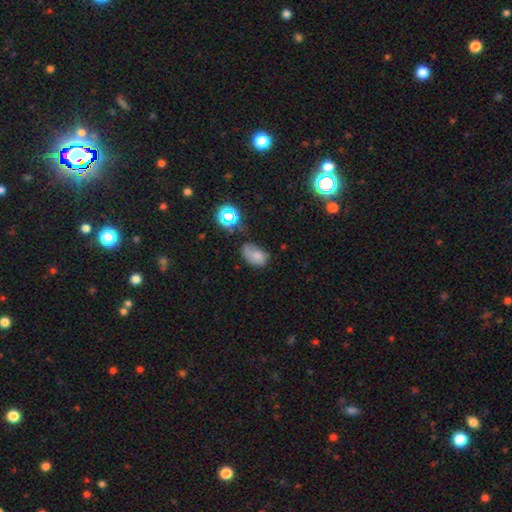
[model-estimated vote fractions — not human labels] Smooth or featured? smooth (63%)
How rounded? in between (85%)
Merging? none (41%)